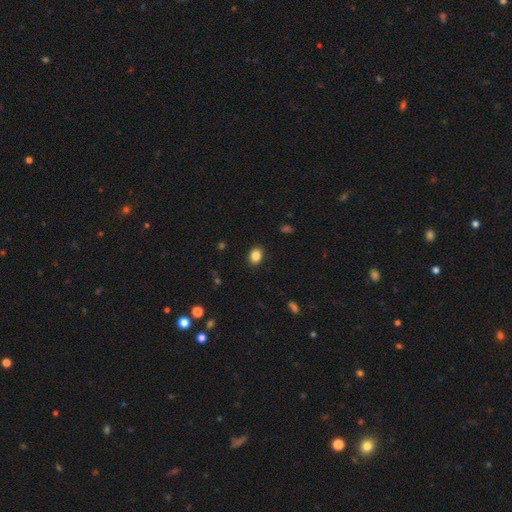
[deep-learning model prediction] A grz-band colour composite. It shows a smooth galaxy with no disk features (87%) that is in between round and cigar-shaped (61%). Merging: none (88%).